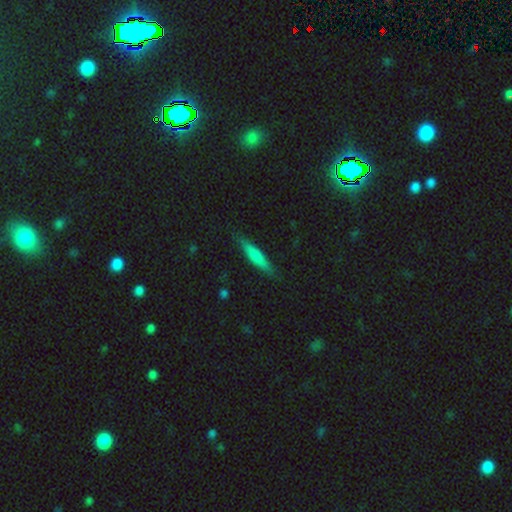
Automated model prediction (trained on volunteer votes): This is likely a smooth galaxy (66%). How rounded: clearly cigar-shaped (84%). Merging: clearly none (86%).